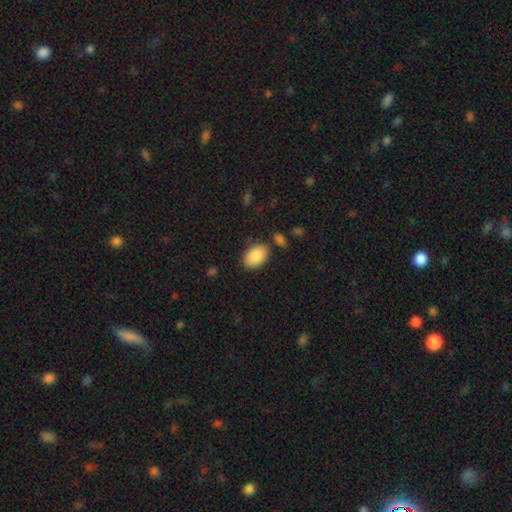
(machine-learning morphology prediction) smooth 88%, star or artifact 6%, featured or disk 5%. Down the decision tree: how rounded — in between (89%); merging — none (81%).